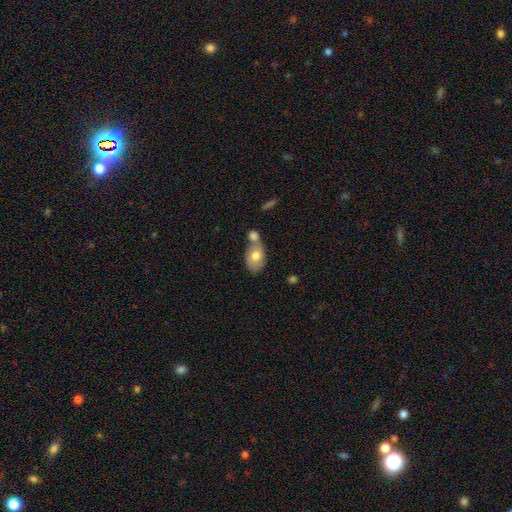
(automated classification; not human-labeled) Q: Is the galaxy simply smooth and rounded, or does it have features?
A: smooth — 72%.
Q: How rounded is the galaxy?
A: in between — 83%.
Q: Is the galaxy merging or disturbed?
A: merger — 48%.